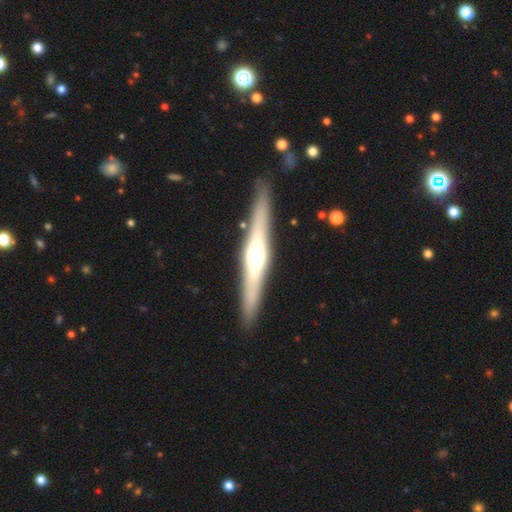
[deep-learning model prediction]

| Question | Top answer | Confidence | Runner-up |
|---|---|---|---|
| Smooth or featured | featured or disk | 63% | smooth (32%) |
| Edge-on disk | yes | 95% | no (5%) |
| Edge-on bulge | rounded | 85% | boxy (8%) |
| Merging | none | 88% | minor disturbance (8%) |